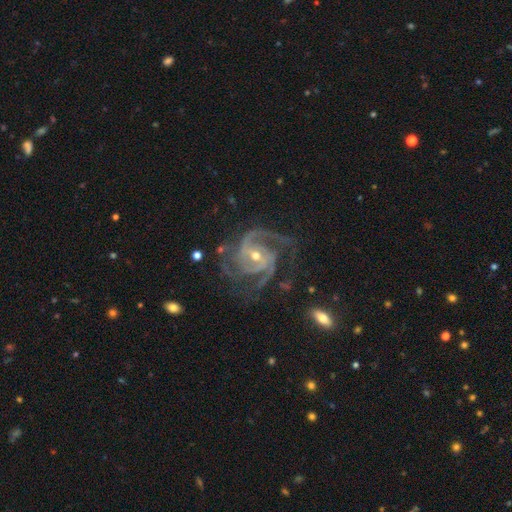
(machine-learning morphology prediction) Smooth or featured: featured or disk — 93% (star or artifact — 5%)
Edge-on disk: no — 98% (yes — 2%)
Bar: no — 39% (tied with weak — 39%)
Spiral arms: yes — 98% (no — 2%)
Spiral winding: medium — 46% (tight — 45%)
Spiral arm count: 3 — 46% (2 — 24%)
Bulge size: small — 50% (moderate — 47%)
Merging: none — 65% (minor disturbance — 19%)